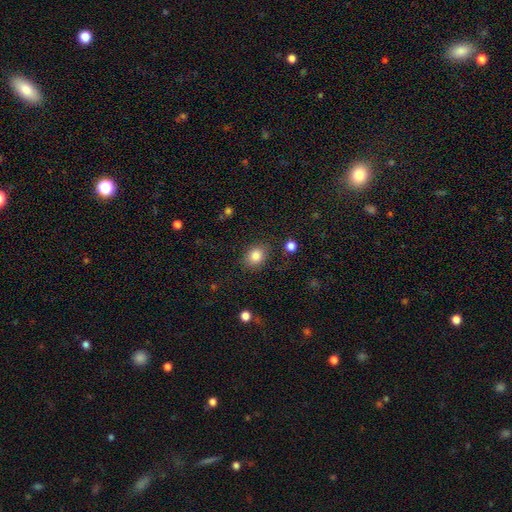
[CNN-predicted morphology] smooth 84%, star or artifact 10%, featured or disk 6%. Down the decision tree: how rounded — round (53%); merging — none (83%).